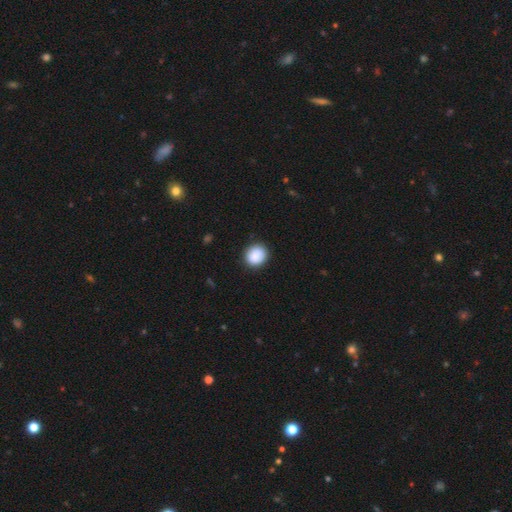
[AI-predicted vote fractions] smooth_or_featured: smooth (p=0.90) [alt: star or artifact p=0.07]
how_rounded: round (p=0.80) [alt: in between p=0.19]
merging: none (p=0.89) [alt: minor disturbance p=0.08]